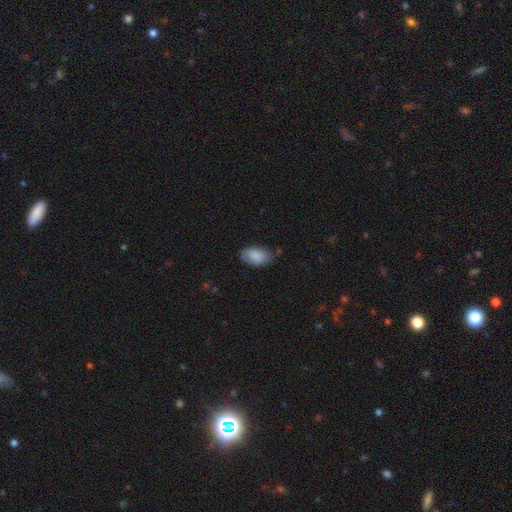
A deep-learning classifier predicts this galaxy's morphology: Smooth or featured?
  - smooth: 86% *
  - featured or disk: 8%
  - star or artifact: 6%
How rounded?
  - in between: 93% *
  - round: 5%
  - cigar-shaped: 2%
Merging?
  - none: 71% *
  - minor disturbance: 22%
  - major disturbance: 4%
  - merger: 2%